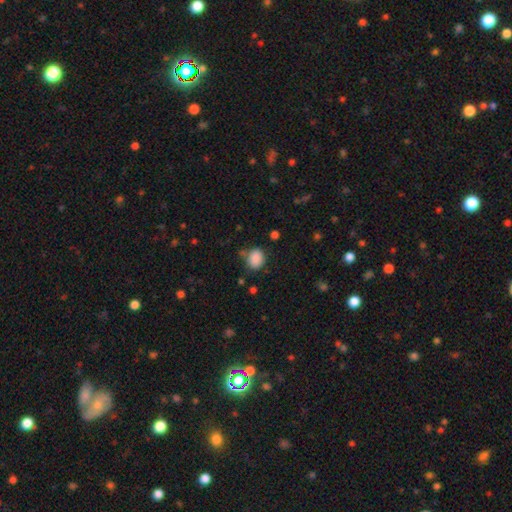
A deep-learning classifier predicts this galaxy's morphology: A smooth galaxy with no disk features (87%) that is in between round and cigar-shaped (55%). Merging: none (75%).